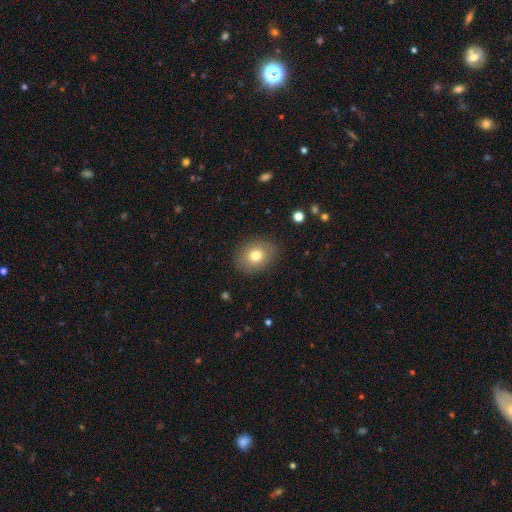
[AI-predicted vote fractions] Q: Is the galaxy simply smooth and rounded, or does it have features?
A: smooth — 76%.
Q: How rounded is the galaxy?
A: in between — 60%.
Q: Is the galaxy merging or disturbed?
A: none — 86%.